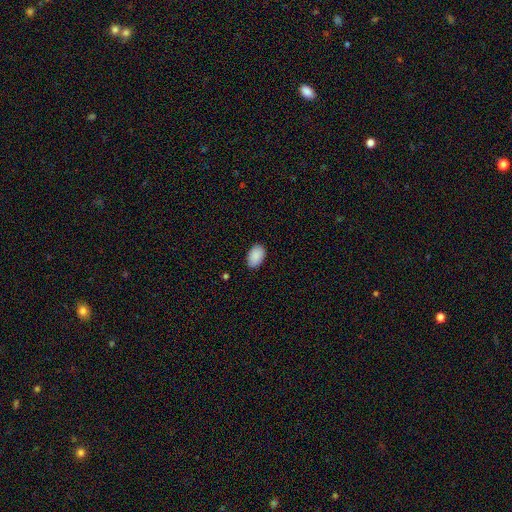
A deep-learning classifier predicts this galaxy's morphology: A smooth galaxy with no disk features (90%) that is in between round and cigar-shaped (90%). Merging: none (83%).